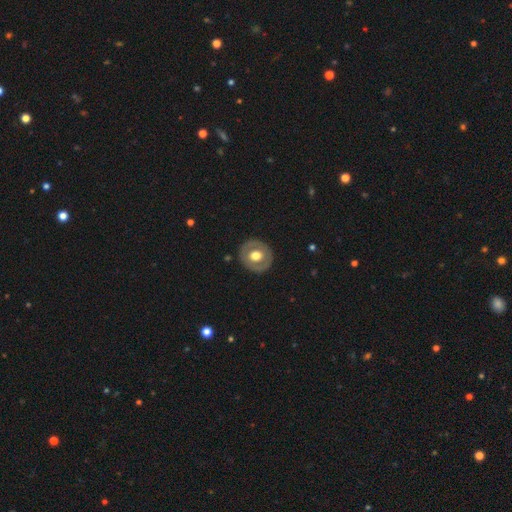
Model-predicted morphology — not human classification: Smooth or featured: featured or disk — 47% (tied with smooth — 47%)
Merging: none — 87% (minor disturbance — 9%)